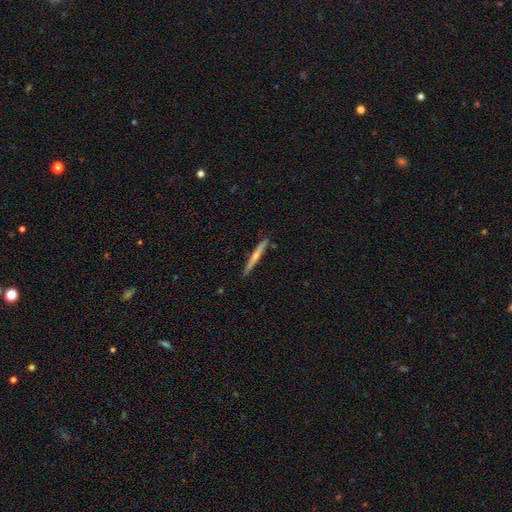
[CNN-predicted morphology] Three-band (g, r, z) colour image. It shows a featured or disk galaxy (48%). Merging: none (89%).